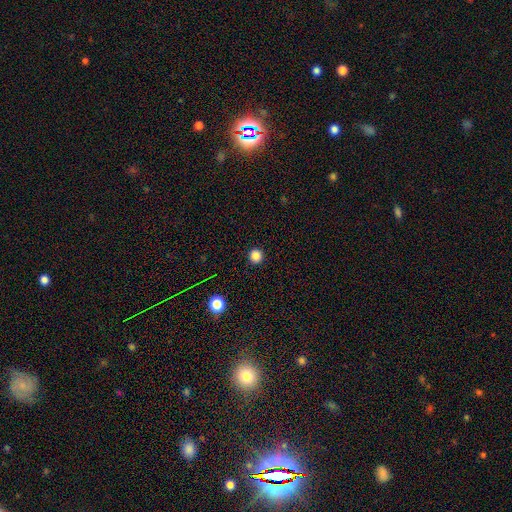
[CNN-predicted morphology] This appears to be a smooth galaxy with no disk features (85%) that is round (95%). Merging: none (93%).